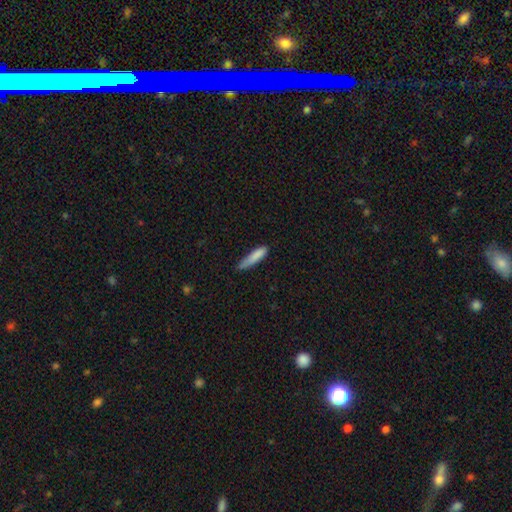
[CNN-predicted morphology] Overall: smooth (84%). How rounded: cigar-shaped (83%). Merging: none (56%; minor disturbance 34%).